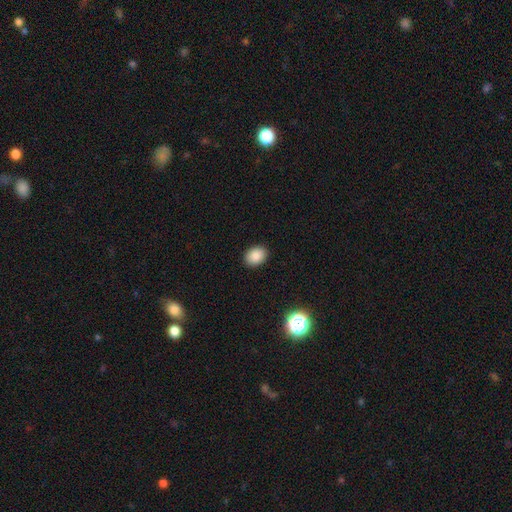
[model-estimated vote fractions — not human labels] Morphology: type=smooth (86%); roundness=in between (62%); merging=none (90%).